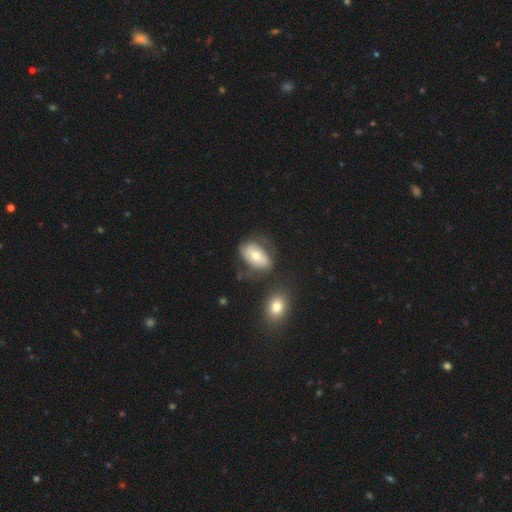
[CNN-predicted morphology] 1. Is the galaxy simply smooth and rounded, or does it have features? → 56% smooth, 37% featured or disk, 7% star or artifact.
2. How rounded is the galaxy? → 89% in between, 9% round, 2% cigar-shaped.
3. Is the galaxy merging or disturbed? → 56% none, 22% minor disturbance, 12% major disturbance, 9% merger.